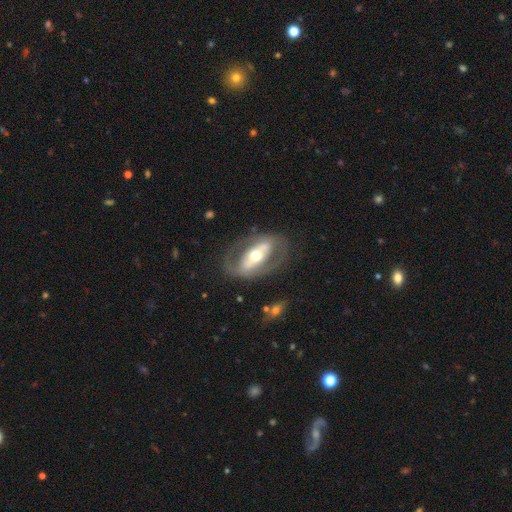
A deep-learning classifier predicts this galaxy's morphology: featured or disk 73%, smooth 22%, star or artifact 5%. Down the decision tree: edge-on disk — no (90%); bar — strong (46%); spiral arms — no (59%); bulge size — moderate (69%); merging — none (73%).